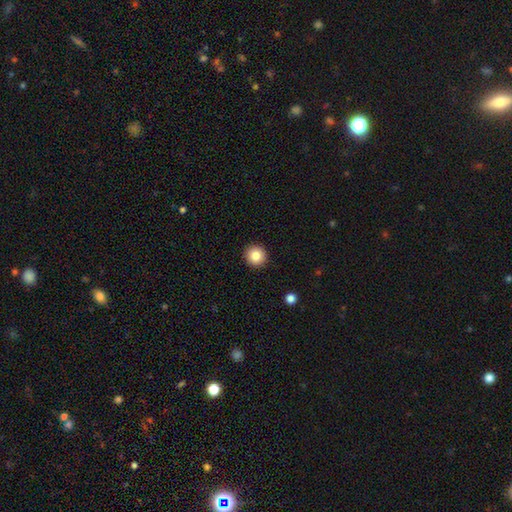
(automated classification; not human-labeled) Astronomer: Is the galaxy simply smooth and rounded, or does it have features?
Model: smooth — 85%.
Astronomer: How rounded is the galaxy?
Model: round — 94%.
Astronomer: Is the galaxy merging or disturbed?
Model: none — 93%.